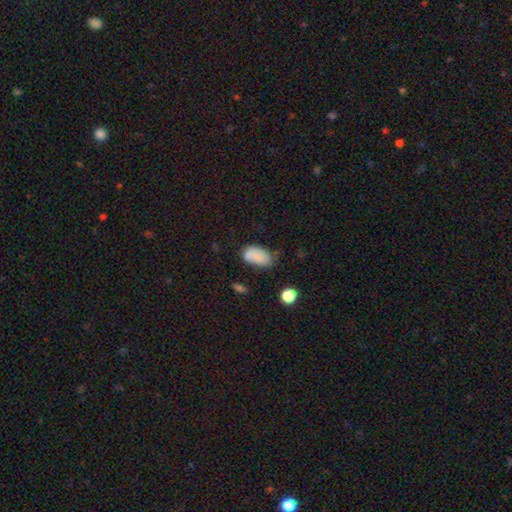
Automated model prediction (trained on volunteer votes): smooth_or_featured: smooth (p=0.77) [alt: featured or disk p=0.13]
how_rounded: in between (p=0.91) [alt: round p=0.07]
merging: none (p=0.47) [alt: minor disturbance p=0.27]